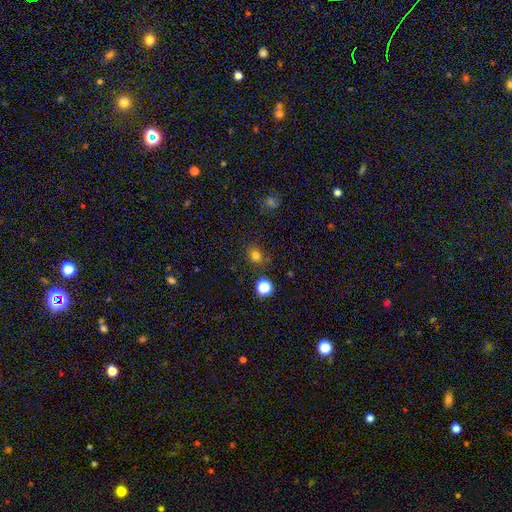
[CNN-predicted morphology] This appears to be a smooth galaxy with no disk features (75%) that is round (83%). Merging: none (81%).